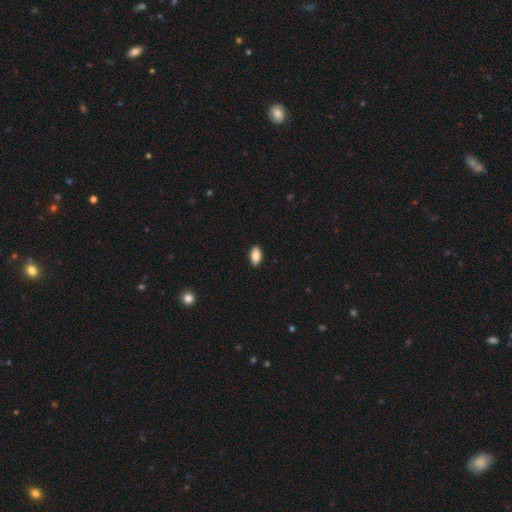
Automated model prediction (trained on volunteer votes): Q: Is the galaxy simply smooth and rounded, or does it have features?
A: smooth — 86%.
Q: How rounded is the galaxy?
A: in between — 92%.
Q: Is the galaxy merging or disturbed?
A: none — 90%.